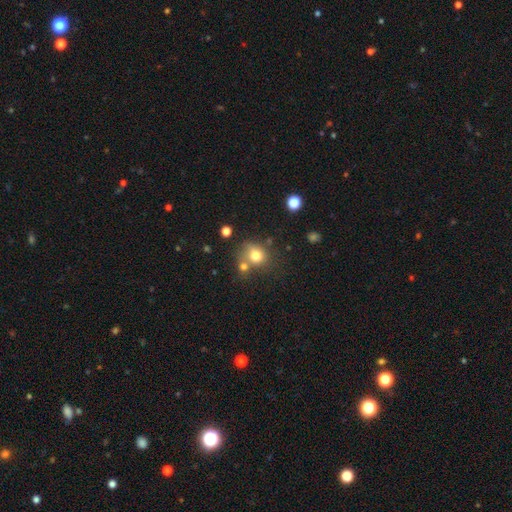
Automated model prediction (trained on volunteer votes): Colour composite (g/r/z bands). It shows a smooth galaxy with no disk features (75%) that is round (74%). Merging: none (52%).